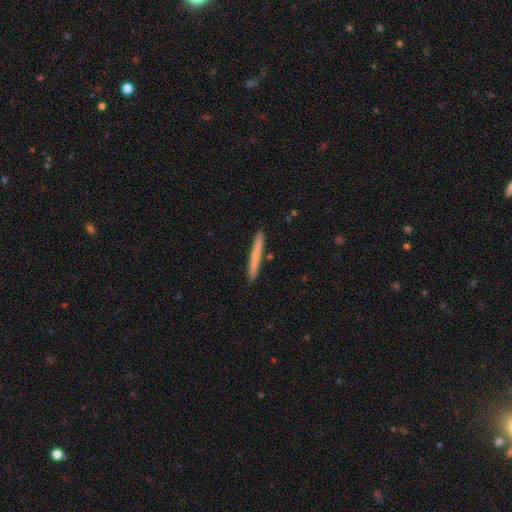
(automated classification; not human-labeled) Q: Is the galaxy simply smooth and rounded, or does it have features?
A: smooth — 68%.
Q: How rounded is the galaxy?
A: cigar-shaped — 97%.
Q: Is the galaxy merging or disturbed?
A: none — 90%.